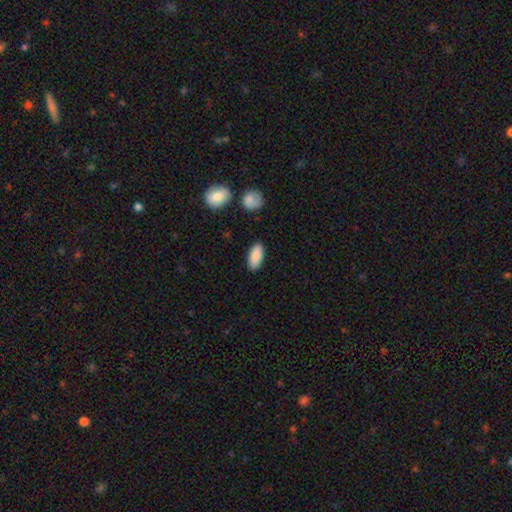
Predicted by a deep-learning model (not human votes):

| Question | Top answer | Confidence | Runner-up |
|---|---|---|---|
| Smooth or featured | smooth | 88% | featured or disk (6%) |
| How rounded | in between | 87% | cigar-shaped (11%) |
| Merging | none | 87% | minor disturbance (9%) |